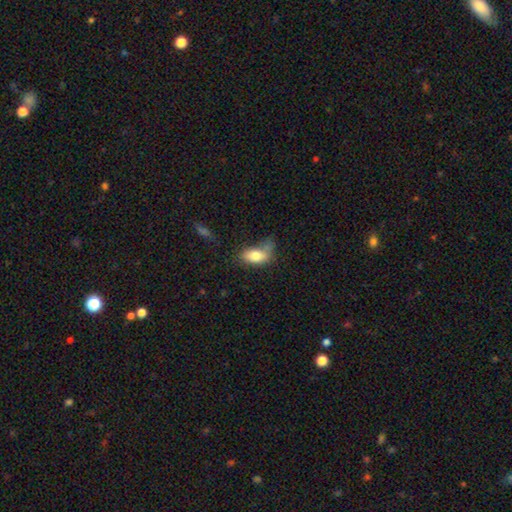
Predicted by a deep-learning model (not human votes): Smooth or featured? Predicted: smooth (p=0.78). How rounded? Predicted: in between (p=0.89). Merging? Predicted: minor disturbance (p=0.35).